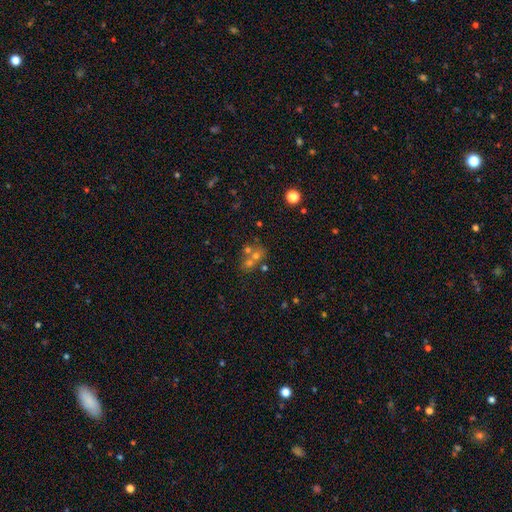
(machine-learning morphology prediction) smooth 41%, star or artifact 37%, featured or disk 22%. Down the decision tree: merging — none (44%).